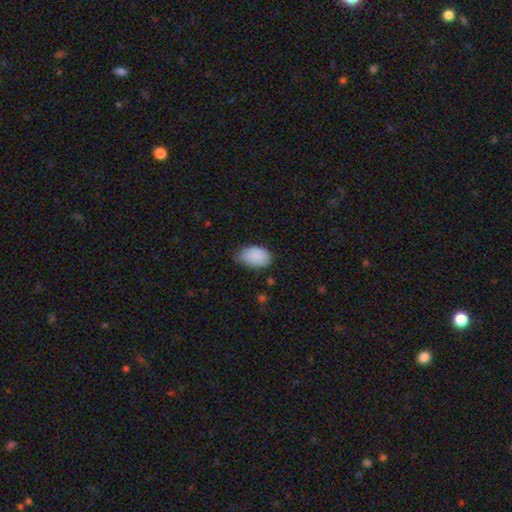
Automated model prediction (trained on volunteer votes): smooth_or_featured: smooth (p=0.89) [alt: star or artifact p=0.07]
how_rounded: in between (p=0.91) [alt: round p=0.08]
merging: none (p=0.59) [alt: minor disturbance p=0.34]